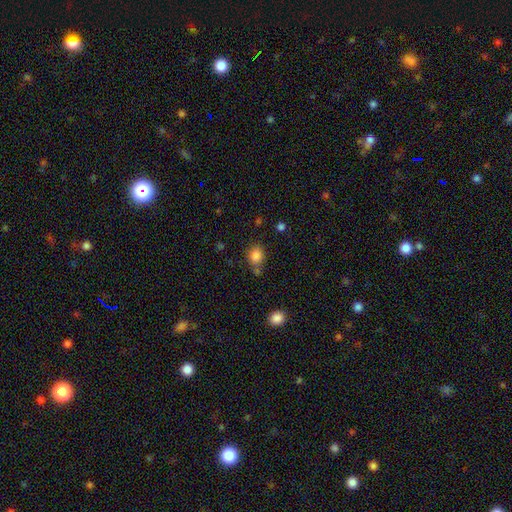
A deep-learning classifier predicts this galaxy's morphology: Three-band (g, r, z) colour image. It shows a smooth galaxy with no disk features (83%) that is round (61%). Merging: none (67%).